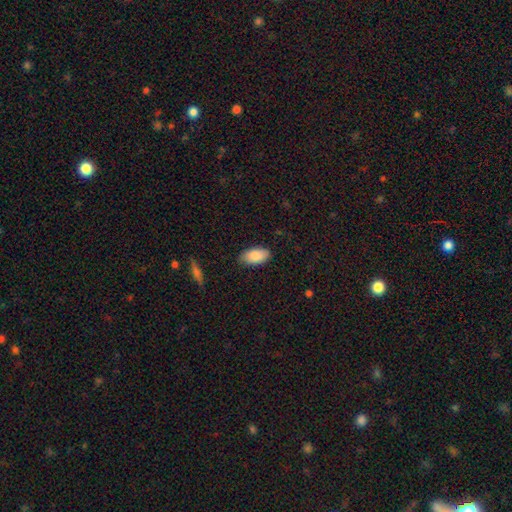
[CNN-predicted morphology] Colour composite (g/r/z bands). It shows a smooth galaxy with no disk features (86%) that is in between round and cigar-shaped (94%). Merging: none (84%).